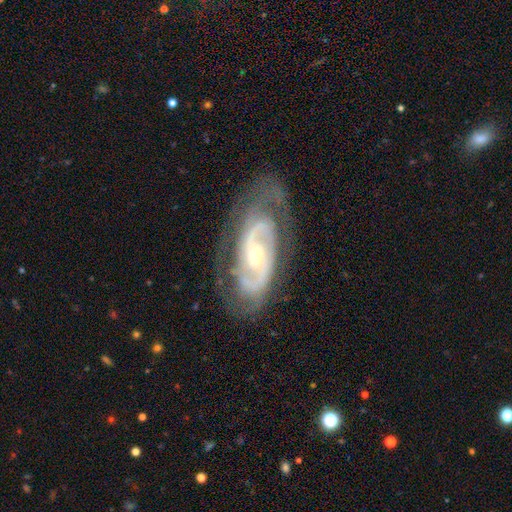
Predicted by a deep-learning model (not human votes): Q: Smooth or featured?
A: featured or disk (88%); runner-up: smooth (7%)
Q: Edge-on disk?
A: no (94%); runner-up: yes (6%)
Q: Bar?
A: no (60%); runner-up: weak (27%)
Q: Spiral arms?
A: yes (94%); runner-up: no (6%)
Q: Spiral winding?
A: tight (53%); runner-up: medium (36%)
Q: Spiral arm count?
A: 2 (63%); runner-up: can't tell (19%)
Q: Bulge size?
A: small (59%); runner-up: moderate (38%)
Q: Merging?
A: none (69%); runner-up: minor disturbance (19%)